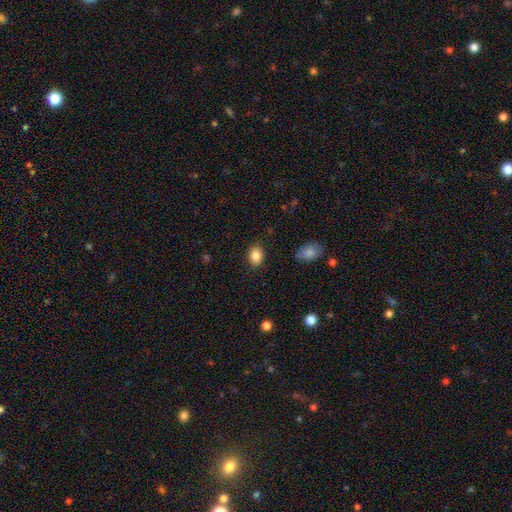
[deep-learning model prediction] smooth-or-featured: smooth: 85% | star or artifact: 9% | featured or disk: 6%
  how-rounded: in between: 66% | round: 33% | cigar-shaped: 1%
  merging: none: 85% | minor disturbance: 11% | major disturbance: 3% | merger: 1%